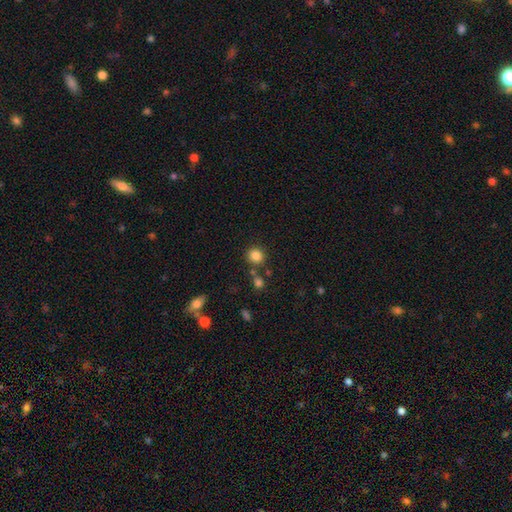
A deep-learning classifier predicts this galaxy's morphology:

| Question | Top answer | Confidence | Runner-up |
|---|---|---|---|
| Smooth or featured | smooth | 84% | star or artifact (11%) |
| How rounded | round | 87% | in between (12%) |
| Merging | none | 78% | merger (9%) |